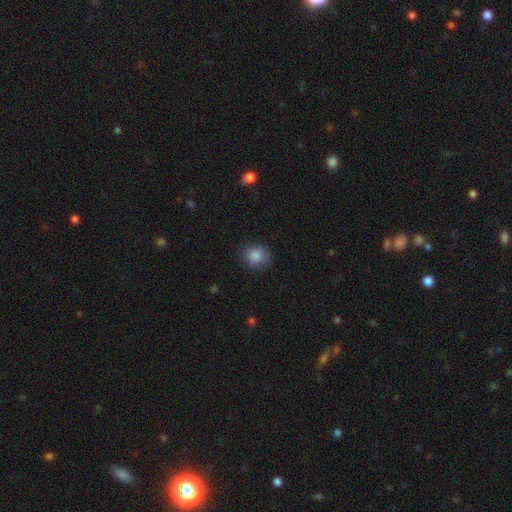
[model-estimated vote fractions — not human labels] This is clearly a smooth galaxy (87%). How rounded: clearly round (83%). Merging: clearly none (83%).